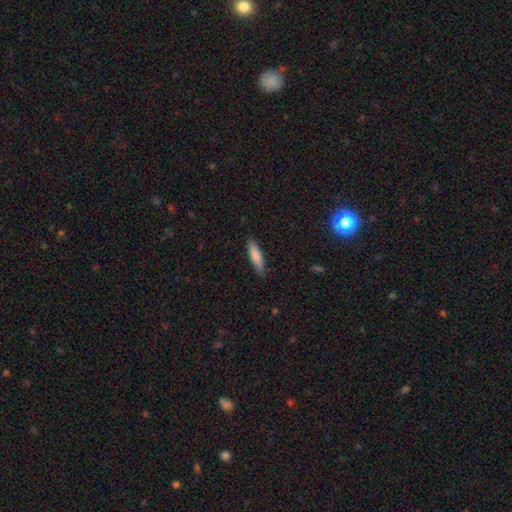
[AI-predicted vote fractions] The model was most divided on "how rounded": cigar-shaped: 70%, in between: 29%, round: 1%. More confident: merging — none (84%); smooth or featured — smooth (80%).